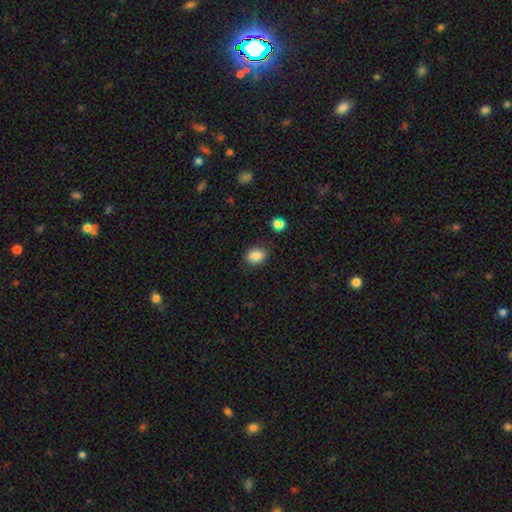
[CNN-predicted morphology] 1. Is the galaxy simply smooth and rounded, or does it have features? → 86% smooth, 9% star or artifact, 5% featured or disk.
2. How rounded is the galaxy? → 66% in between, 33% round, 1% cigar-shaped.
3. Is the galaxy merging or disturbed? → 83% none, 12% minor disturbance, 3% major disturbance, 2% merger.